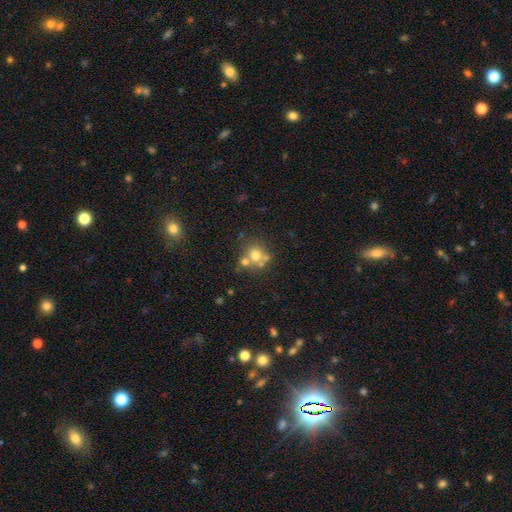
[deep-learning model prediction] Smooth or featured: smooth — 64% (featured or disk — 21%)
How rounded: round — 83% (in between — 16%)
Merging: none — 50% (merger — 34%)